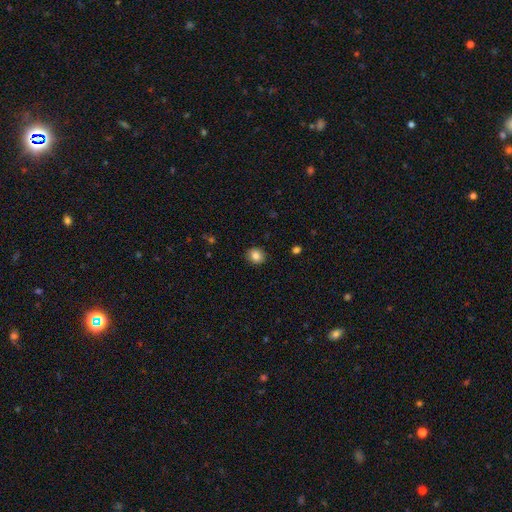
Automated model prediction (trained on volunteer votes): Smooth or featured: smooth — 84% (star or artifact — 9%)
How rounded: round — 75% (in between — 24%)
Merging: none — 89% (minor disturbance — 8%)